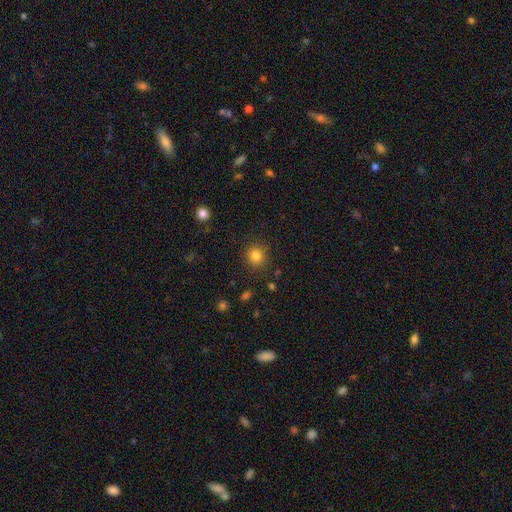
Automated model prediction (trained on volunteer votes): Smooth or featured: smooth — 83% (star or artifact — 12%)
How rounded: round — 90% (in between — 9%)
Merging: none — 88% (minor disturbance — 7%)